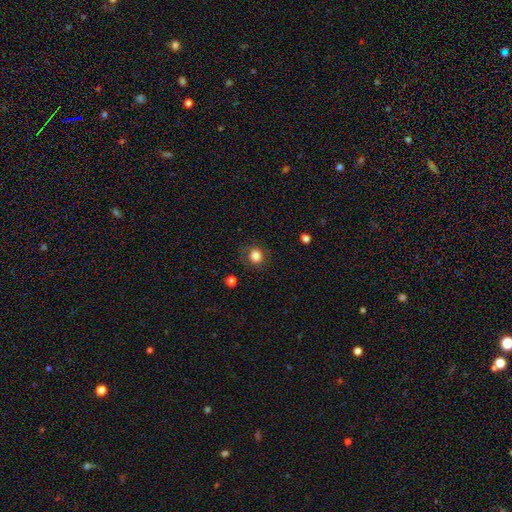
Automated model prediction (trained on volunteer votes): A smooth galaxy with no disk features (83%) that is round (79%). Merging: none (79%).